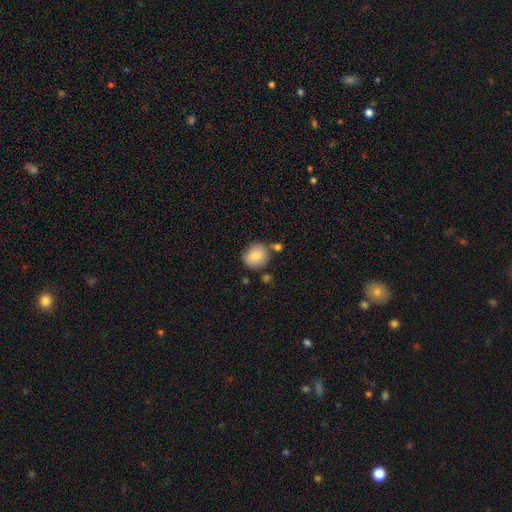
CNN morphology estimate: Smooth or featured?
  - smooth: 80% *
  - featured or disk: 11%
  - star or artifact: 9%
How rounded?
  - round: 79% *
  - in between: 20%
  - cigar-shaped: 1%
Merging?
  - none: 73% *
  - minor disturbance: 14%
  - merger: 10%
  - major disturbance: 3%